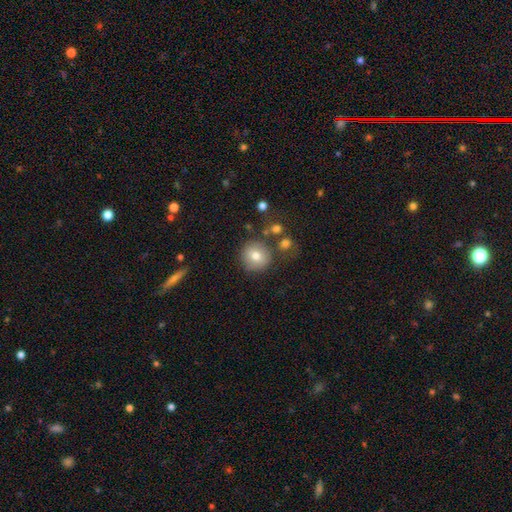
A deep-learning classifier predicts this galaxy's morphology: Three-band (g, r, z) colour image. It shows a smooth galaxy with no disk features (77%) that is round (92%). Merging: none (78%).